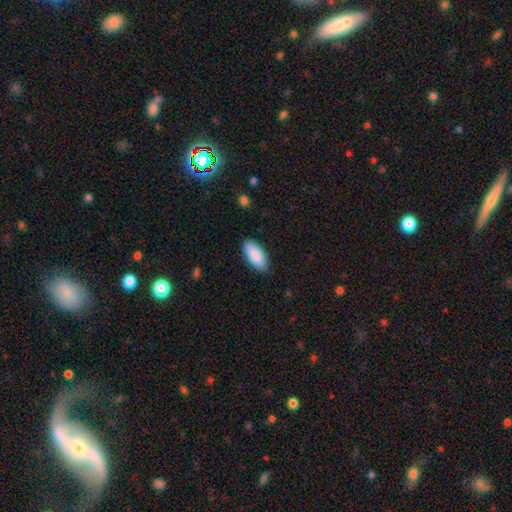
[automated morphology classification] type=smooth (87%); roundness=in between (91%); merging=none (84%).